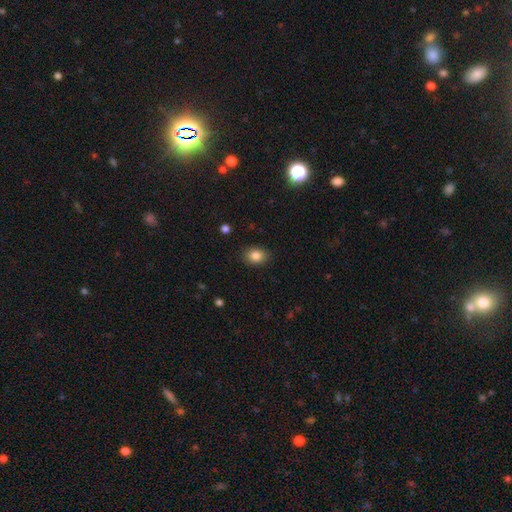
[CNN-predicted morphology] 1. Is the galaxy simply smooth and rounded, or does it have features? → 85% smooth, 10% star or artifact, 6% featured or disk.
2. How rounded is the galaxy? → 65% in between, 34% round, 1% cigar-shaped.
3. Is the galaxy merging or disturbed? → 87% none, 9% minor disturbance, 2% major disturbance, 1% merger.